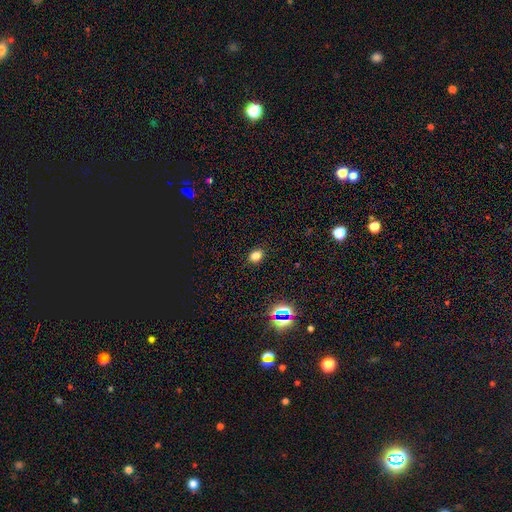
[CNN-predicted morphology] Q: Smooth or featured?
A: smooth (76%); runner-up: star or artifact (18%)
Q: How rounded?
A: in between (61%); runner-up: round (38%)
Q: Merging?
A: none (87%); runner-up: minor disturbance (9%)